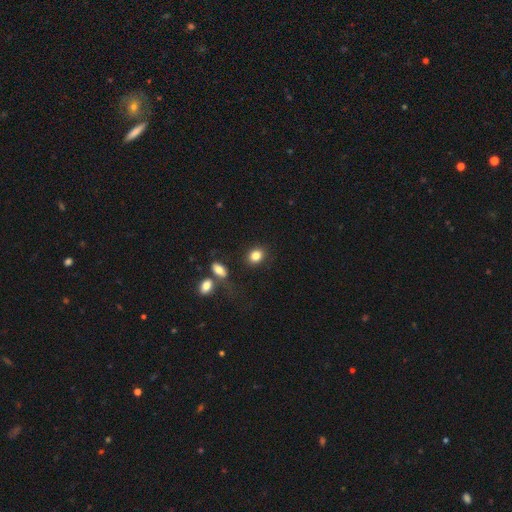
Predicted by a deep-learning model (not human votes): smooth 84%, star or artifact 9%, featured or disk 7%. Down the decision tree: how rounded — round (50%); merging — none (82%).